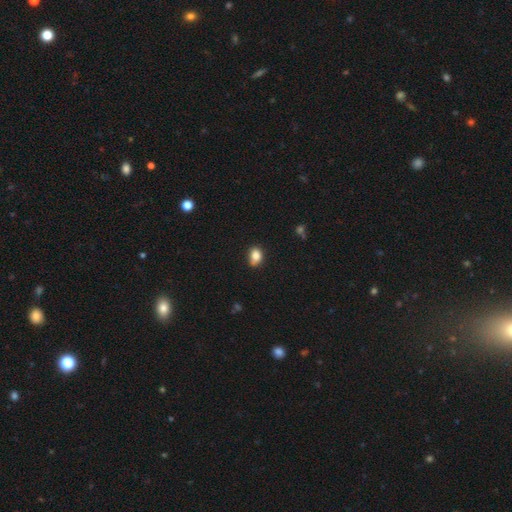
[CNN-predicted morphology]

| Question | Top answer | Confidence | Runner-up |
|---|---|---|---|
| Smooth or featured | smooth | 82% | star or artifact (10%) |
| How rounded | in between | 64% | round (35%) |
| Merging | none | 62% | minor disturbance (26%) |